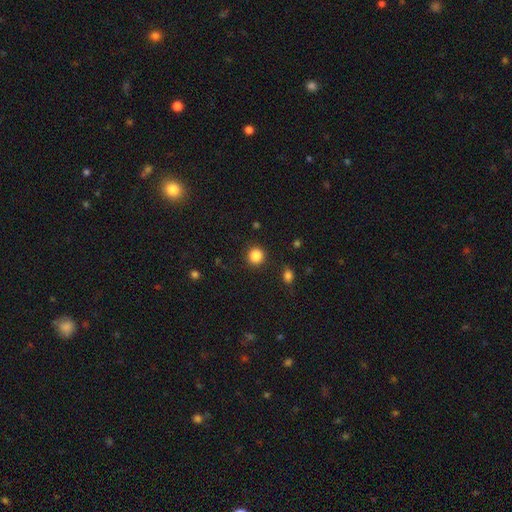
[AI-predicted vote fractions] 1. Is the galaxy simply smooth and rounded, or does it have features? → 86% smooth, 11% star or artifact, 3% featured or disk.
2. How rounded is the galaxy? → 92% round, 7% in between, 1% cigar-shaped.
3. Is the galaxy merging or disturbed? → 89% none, 7% minor disturbance, 3% major disturbance, 2% merger.